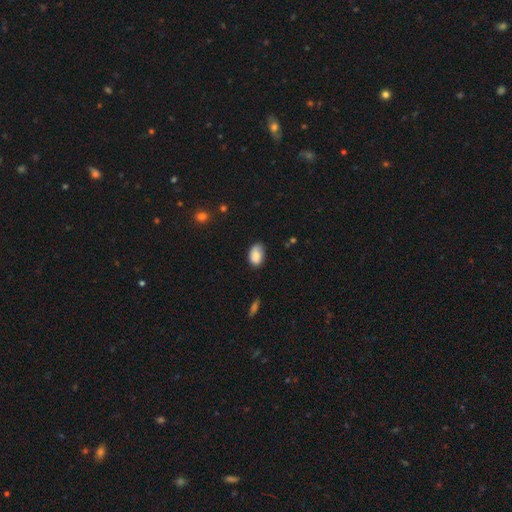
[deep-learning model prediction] A smooth galaxy with no disk features (86%) that is in between round and cigar-shaped (90%).

Vote fractions:
- Smooth or featured? smooth: 86% / star or artifact: 7% / featured or disk: 7%
- How rounded? in between: 90% / round: 9% / cigar-shaped: 1%
- Merging? none: 70% / minor disturbance: 25% / major disturbance: 4% / merger: 2%